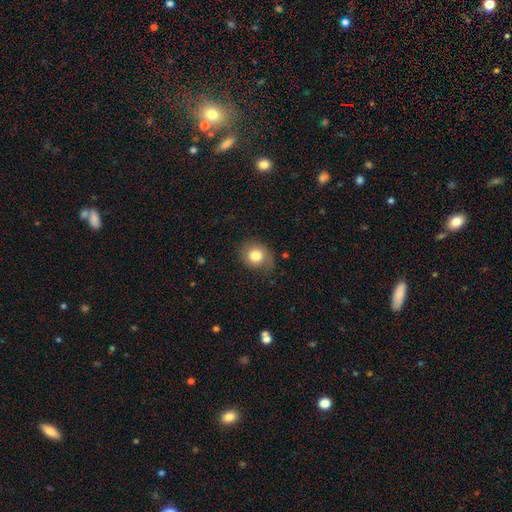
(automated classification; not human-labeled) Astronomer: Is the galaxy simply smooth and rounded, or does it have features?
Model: smooth — 80%.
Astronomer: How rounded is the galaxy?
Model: round — 69%.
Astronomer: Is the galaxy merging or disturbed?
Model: none — 69%.